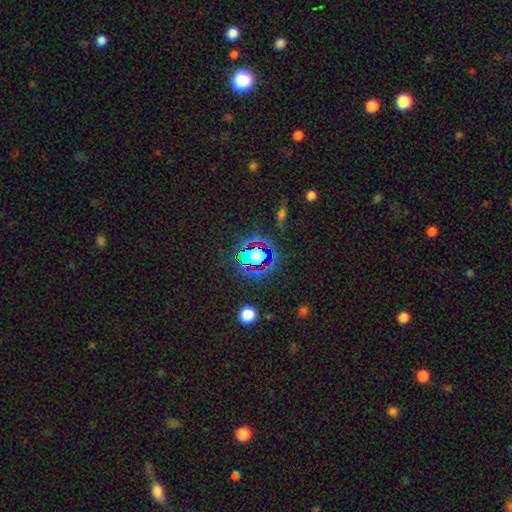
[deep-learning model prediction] smooth-or-featured: star or artifact: 63% | smooth: 26% | featured or disk: 11%